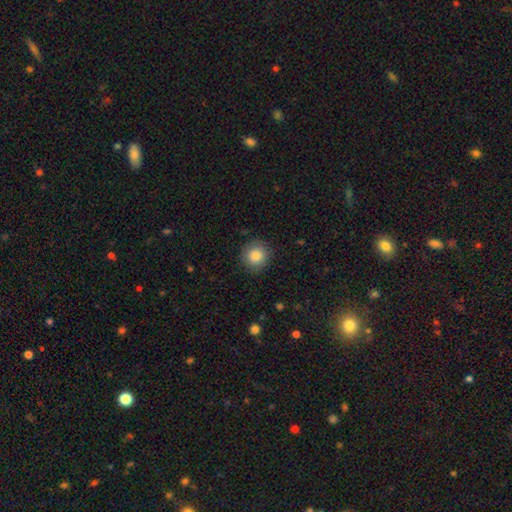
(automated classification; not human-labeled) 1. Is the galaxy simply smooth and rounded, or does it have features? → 85% smooth, 9% star or artifact, 6% featured or disk.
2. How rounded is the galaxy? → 92% round, 8% in between, 1% cigar-shaped.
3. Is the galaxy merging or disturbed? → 88% none, 9% minor disturbance, 3% major disturbance, 1% merger.